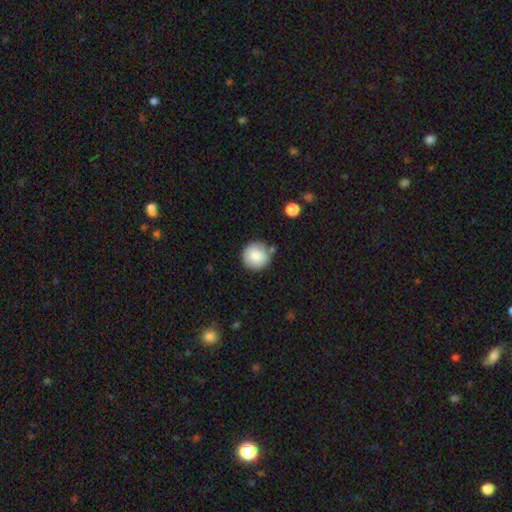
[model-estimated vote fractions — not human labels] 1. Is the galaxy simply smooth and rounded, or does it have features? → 85% smooth, 8% star or artifact, 7% featured or disk.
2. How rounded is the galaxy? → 95% round, 4% in between, 1% cigar-shaped.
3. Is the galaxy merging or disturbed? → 81% none, 11% minor disturbance, 5% merger, 3% major disturbance.